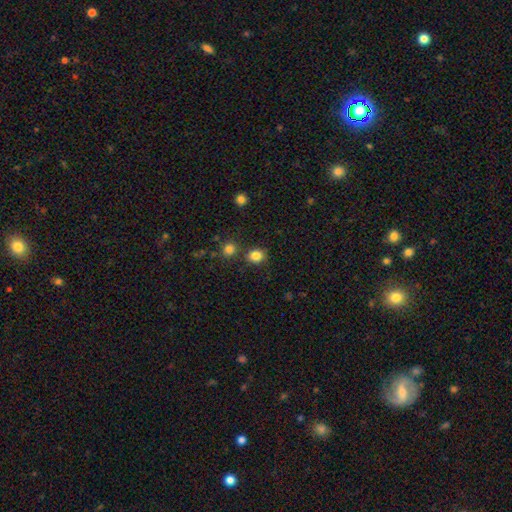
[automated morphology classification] smooth 83%, star or artifact 12%, featured or disk 5%. Down the decision tree: how rounded — round (76%); merging — none (78%).